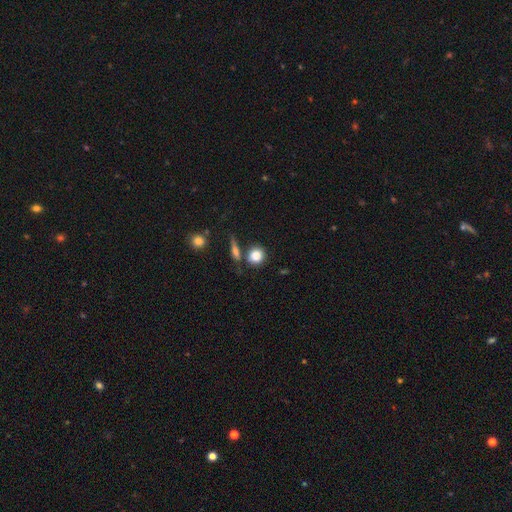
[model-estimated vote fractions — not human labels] smooth 84%, star or artifact 9%, featured or disk 7%. Down the decision tree: how rounded — round (79%); merging — none (68%).